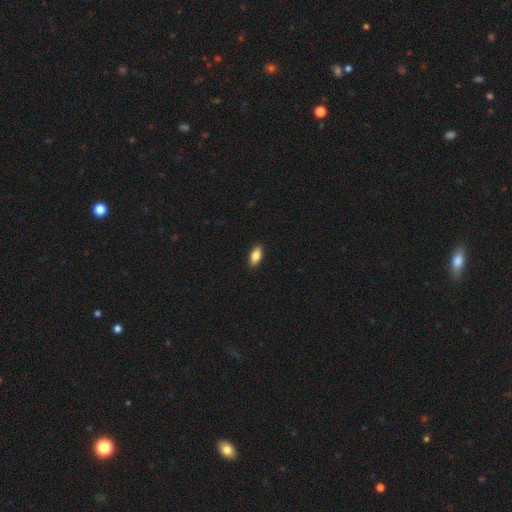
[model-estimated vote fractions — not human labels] smooth-or-featured: smooth: 85% | featured or disk: 8% | star or artifact: 7%
  how-rounded: in between: 90% | cigar-shaped: 7% | round: 3%
  merging: none: 89% | minor disturbance: 8% | major disturbance: 2% | merger: 1%